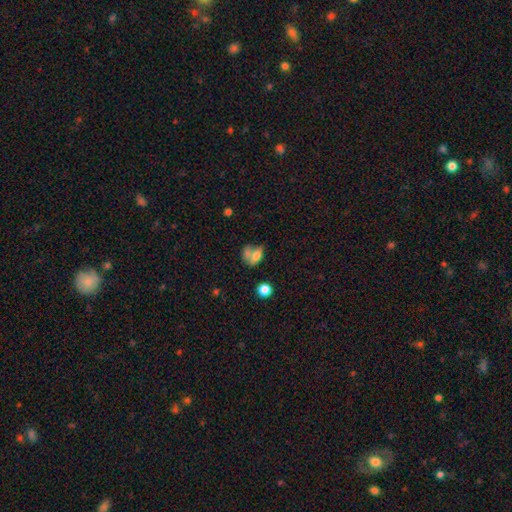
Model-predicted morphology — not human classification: A smooth galaxy with no disk features (69%) that is in between round and cigar-shaped (71%). Merging: merger (51%).